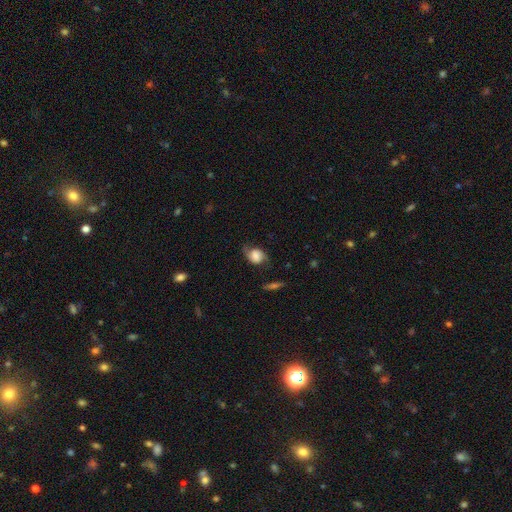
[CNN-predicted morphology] smooth_or_featured: featured or disk (p=0.46) [alt: smooth p=0.45]
merging: none (p=0.59) [alt: minor disturbance p=0.26]